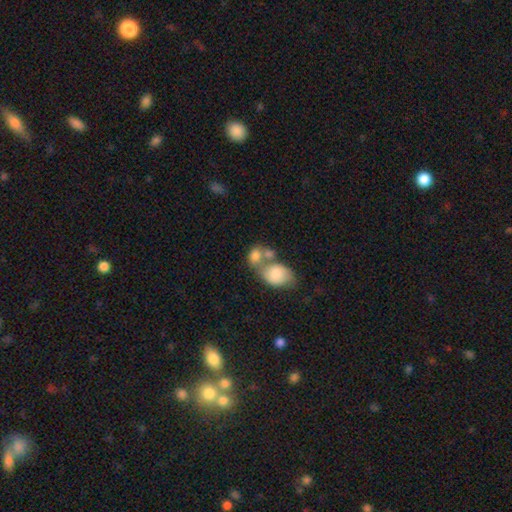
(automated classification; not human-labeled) Smooth or featured?
  - smooth: 74% *
  - featured or disk: 18%
  - star or artifact: 8%
How rounded?
  - in between: 63% *
  - round: 35%
  - cigar-shaped: 2%
Merging?
  - merger: 64% *
  - none: 22%
  - minor disturbance: 8%
  - major disturbance: 6%